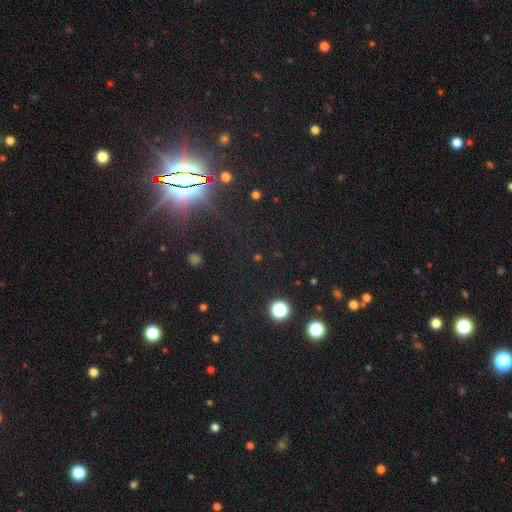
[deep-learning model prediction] Smooth or featured?
  - star or artifact: 85% *
  - smooth: 8%
  - featured or disk: 7%